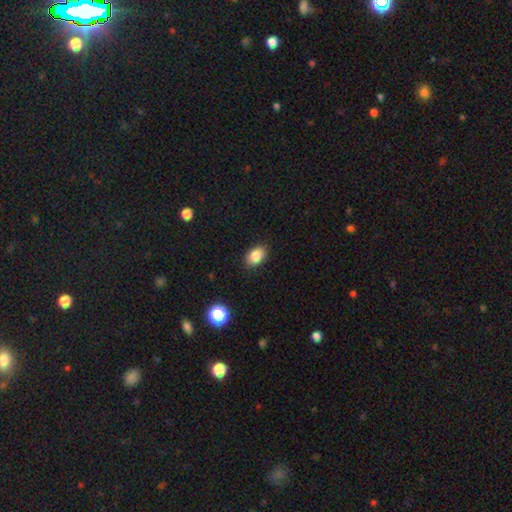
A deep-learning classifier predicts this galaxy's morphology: Smooth or featured? smooth (85%)
How rounded? in between (83%)
Merging? none (87%)